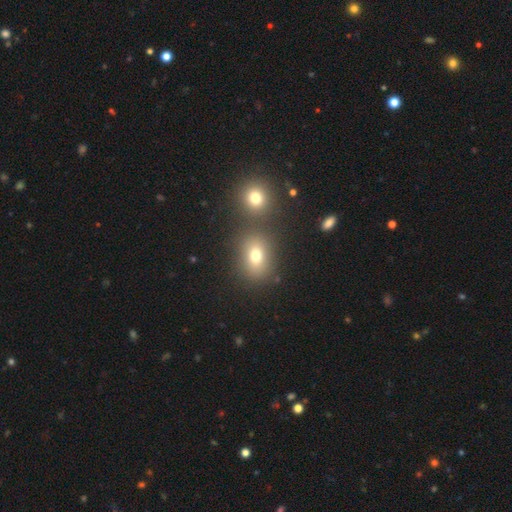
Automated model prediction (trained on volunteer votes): This is likely a smooth galaxy (73%). How rounded: possibly in between (52%). Merging: likely none (69%).